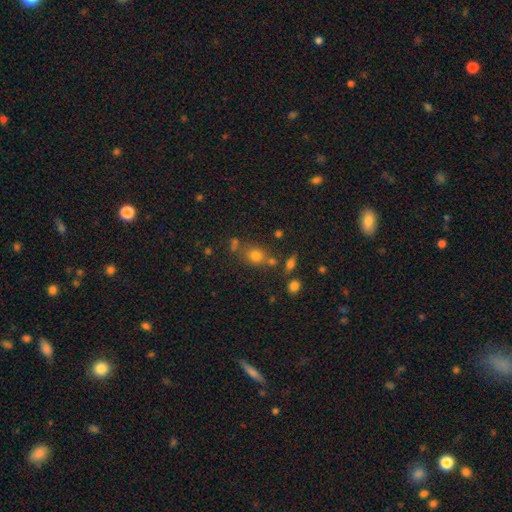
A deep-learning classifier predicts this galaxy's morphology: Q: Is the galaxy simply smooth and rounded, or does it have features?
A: smooth — 74%.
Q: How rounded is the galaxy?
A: round — 61%.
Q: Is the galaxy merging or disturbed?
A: none — 64%.